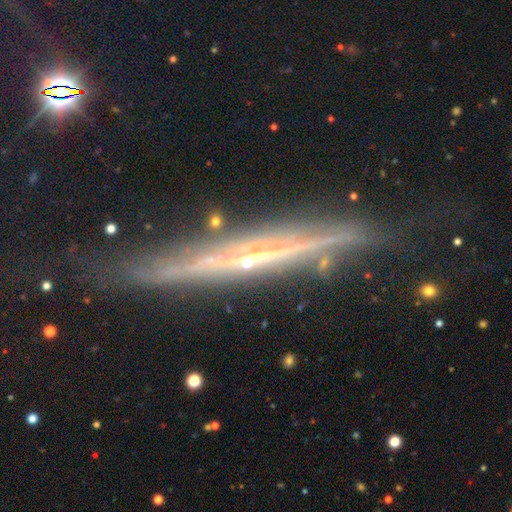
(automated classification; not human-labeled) Overall: featured or disk (78%). Edge-on disk: yes (95%). Edge-on bulge: none (62%; rounded 27%). Merging: none (79%).